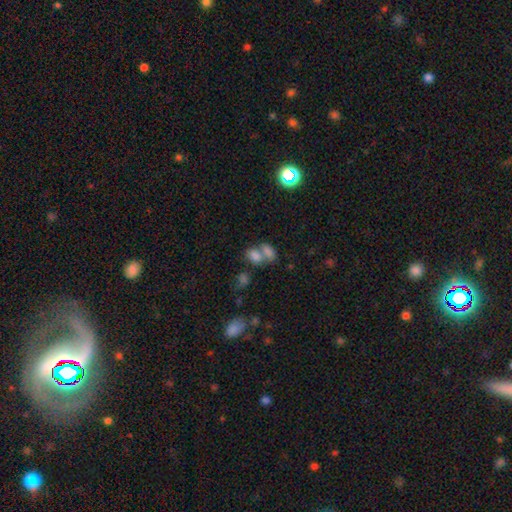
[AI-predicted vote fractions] smooth 76%, star or artifact 13%, featured or disk 11%. Down the decision tree: how rounded — in between (80%); merging — merger (60%).